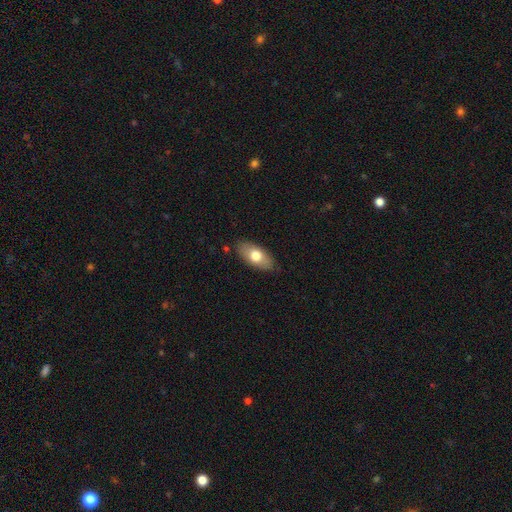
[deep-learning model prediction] This appears to be a smooth galaxy with no disk features (70%) that is in between round and cigar-shaped (90%). Merging: none (83%).